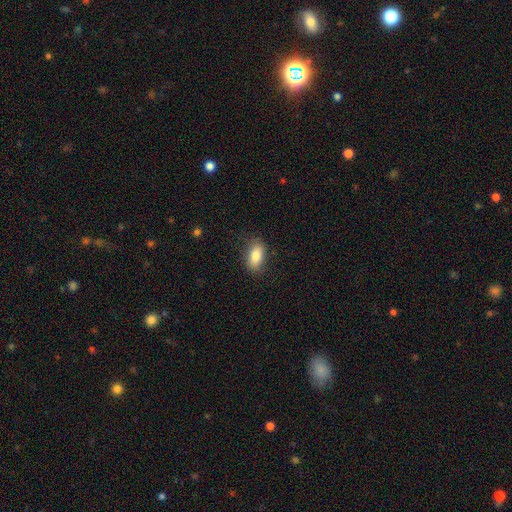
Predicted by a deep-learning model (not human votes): Smooth or featured: smooth — 83% (featured or disk — 9%)
How rounded: in between — 89% (round — 6%)
Merging: none — 82% (minor disturbance — 13%)